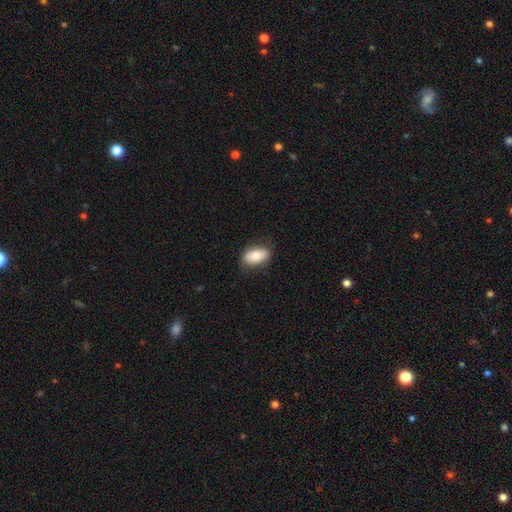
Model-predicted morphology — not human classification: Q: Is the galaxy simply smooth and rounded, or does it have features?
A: smooth — 74%.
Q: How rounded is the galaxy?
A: in between — 89%.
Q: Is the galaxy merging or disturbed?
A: none — 79%.